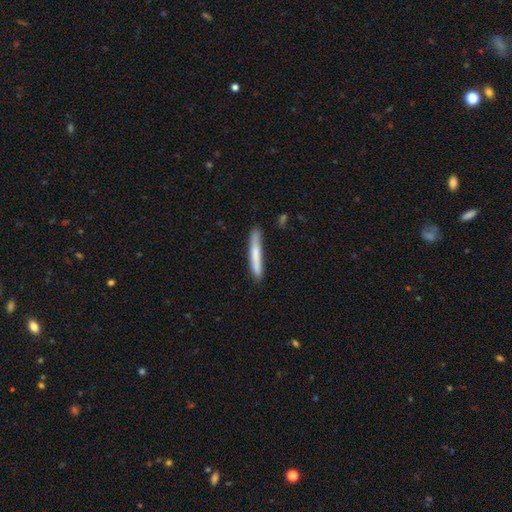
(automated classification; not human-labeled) This appears to be a smooth galaxy with no disk features (71%) that is cigar-shaped (95%). Merging: none (81%).